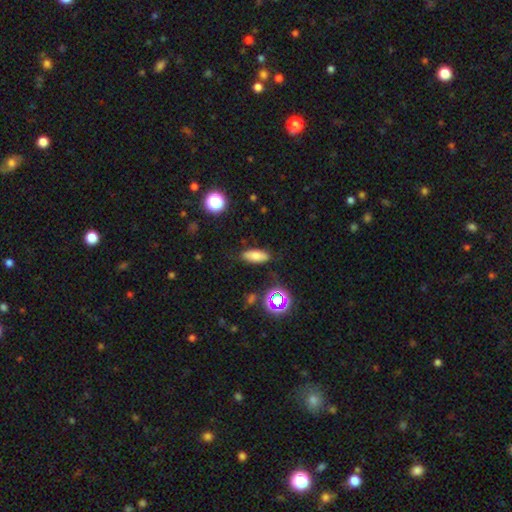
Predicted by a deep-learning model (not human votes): smooth_or_featured: smooth (p=0.75) [alt: star or artifact p=0.13]
how_rounded: in between (p=0.73) [alt: cigar-shaped p=0.23]
merging: none (p=0.82) [alt: minor disturbance p=0.12]